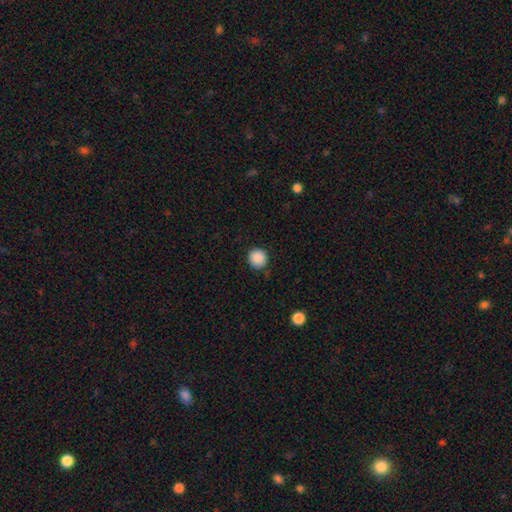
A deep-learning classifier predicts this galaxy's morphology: Smooth or featured? smooth (89%)
How rounded? round (94%)
Merging? none (87%)